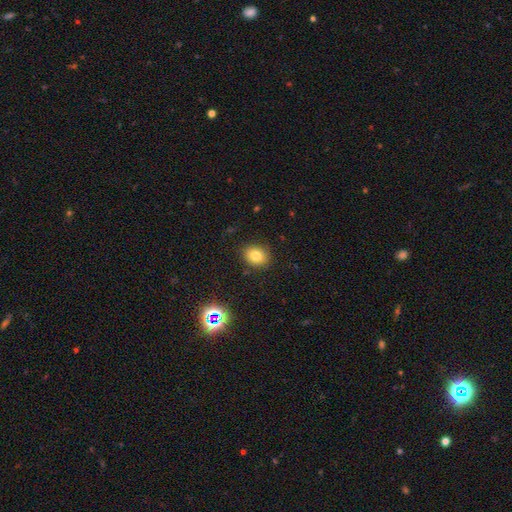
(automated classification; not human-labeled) This appears to be a smooth galaxy with no disk features (78%) that is round (54%). Merging: none (85%).